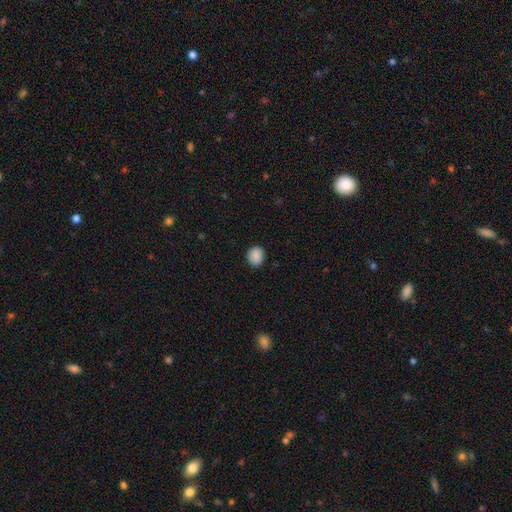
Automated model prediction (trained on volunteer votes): smooth_or_featured: smooth (p=0.89) [alt: star or artifact p=0.08]
how_rounded: round (p=0.78) [alt: in between p=0.21]
merging: none (p=0.88) [alt: minor disturbance p=0.09]